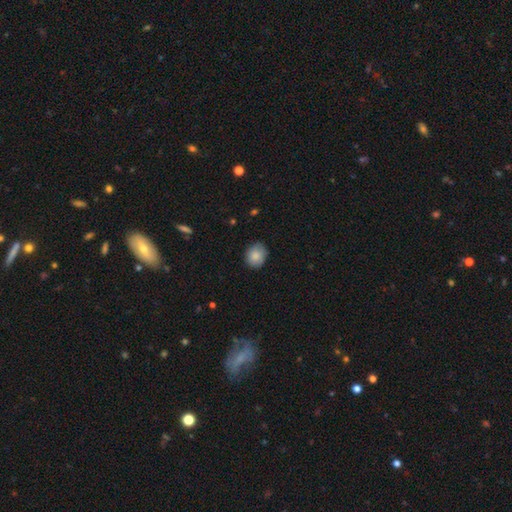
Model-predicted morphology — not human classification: This is clearly a smooth galaxy (86%). How rounded: likely round (61%). Merging: clearly none (83%).